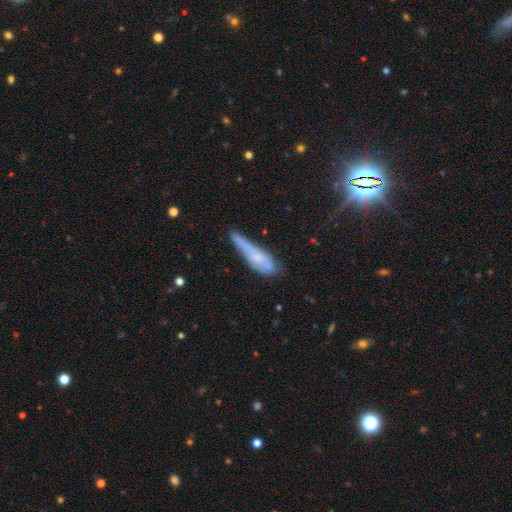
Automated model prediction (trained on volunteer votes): smooth-or-featured: smooth: 48% | featured or disk: 38% | star or artifact: 14%
  merging: none: 42% | minor disturbance: 37% | major disturbance: 15% | merger: 6%